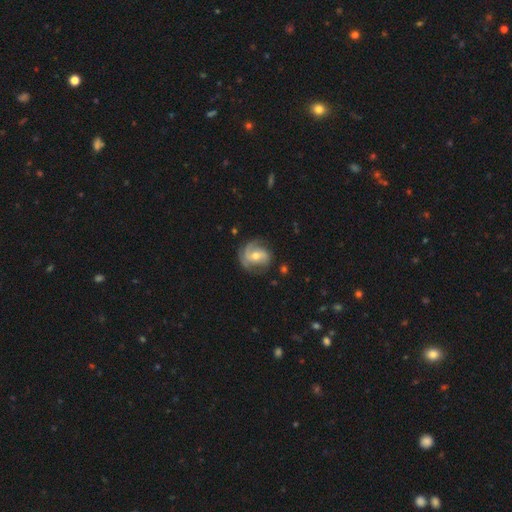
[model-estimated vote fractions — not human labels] Smooth or featured? Predicted: featured or disk (p=0.75). Edge-on disk? Predicted: no (p=0.97). Bar? Predicted: no (p=0.45). Spiral arms? Predicted: yes (p=0.91). Spiral winding? Predicted: medium (p=0.41). Spiral arm count? Predicted: 2 (p=0.48). Bulge size? Predicted: moderate (p=0.65). Merging? Predicted: none (p=0.63).